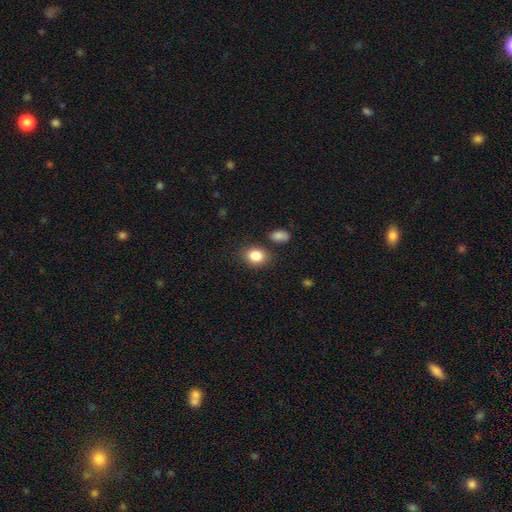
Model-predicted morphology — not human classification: Smooth or featured: smooth — 85% (star or artifact — 9%)
How rounded: in between — 58% (round — 41%)
Merging: none — 82% (minor disturbance — 10%)